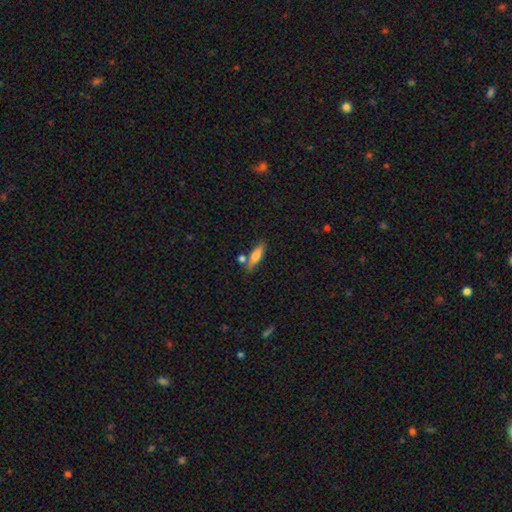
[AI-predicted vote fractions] Smooth or featured?
  - smooth: 72% *
  - featured or disk: 21%
  - star or artifact: 7%
How rounded?
  - cigar-shaped: 64% *
  - in between: 33%
  - round: 3%
Merging?
  - none: 70% *
  - minor disturbance: 14%
  - merger: 13%
  - major disturbance: 3%